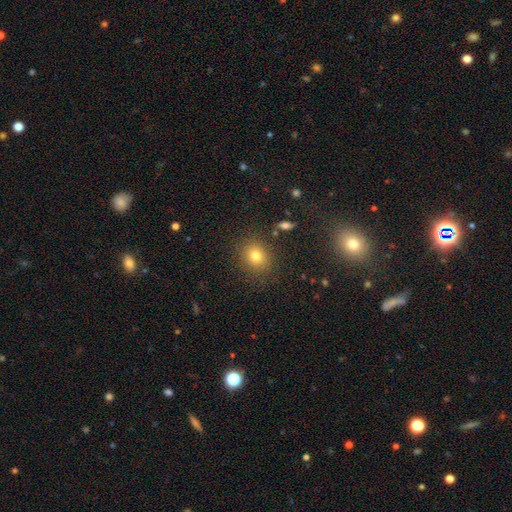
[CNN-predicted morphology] smooth-or-featured: smooth: 77% | star or artifact: 15% | featured or disk: 9%
  how-rounded: round: 70% | in between: 29% | cigar-shaped: 1%
  merging: none: 84% | minor disturbance: 10% | major disturbance: 4% | merger: 2%